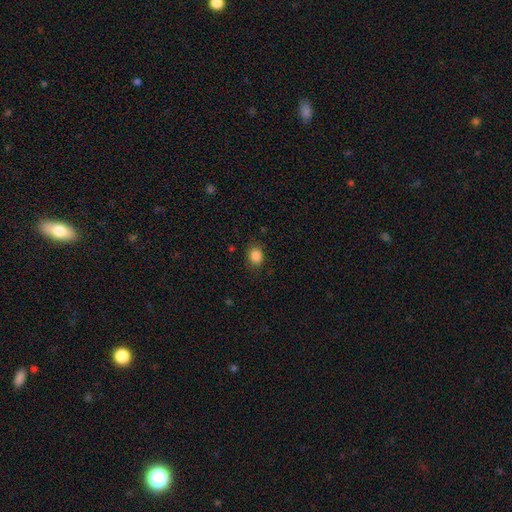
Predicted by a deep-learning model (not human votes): Smooth or featured? smooth (86%)
How rounded? round (54%)
Merging? none (83%)